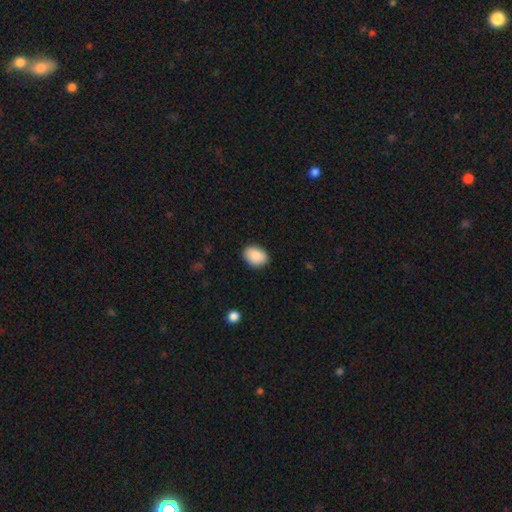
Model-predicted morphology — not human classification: smooth-or-featured: smooth: 89% | star or artifact: 7% | featured or disk: 4%
  how-rounded: in between: 73% | round: 26% | cigar-shaped: 1%
  merging: none: 88% | minor disturbance: 9% | major disturbance: 2% | merger: 1%